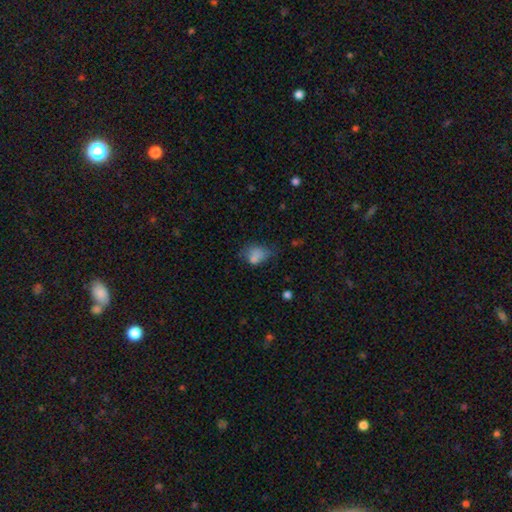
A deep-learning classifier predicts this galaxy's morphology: Smooth or featured? Predicted: smooth (p=0.76). How rounded? Predicted: in between (p=0.61). Merging? Predicted: none (p=0.38).